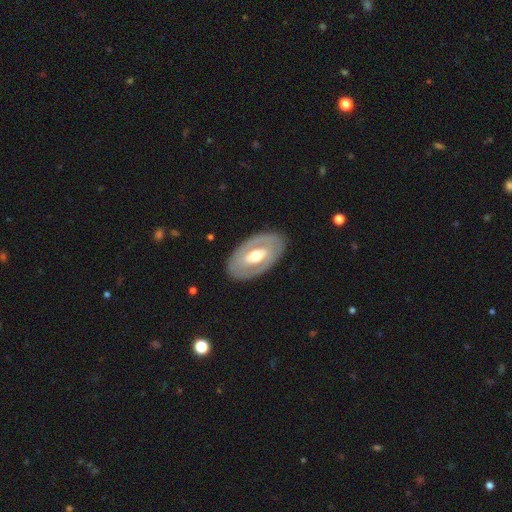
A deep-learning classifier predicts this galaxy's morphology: Smooth or featured: featured or disk — 62% (smooth — 34%)
Edge-on disk: no — 89% (yes — 11%)
Bar: no — 56% (weak — 26%)
Spiral arms: no — 81% (yes — 19%)
Bulge size: moderate — 68% (large — 18%)
Merging: none — 84% (minor disturbance — 10%)